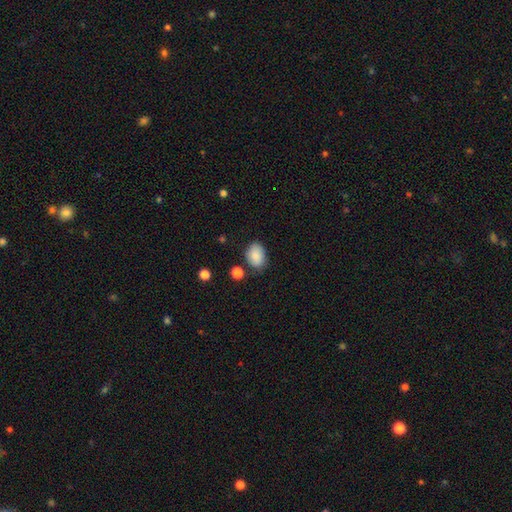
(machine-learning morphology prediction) smooth-or-featured: smooth: 86% | star or artifact: 8% | featured or disk: 6%
  how-rounded: in between: 78% | round: 21% | cigar-shaped: 1%
  merging: none: 72% | minor disturbance: 19% | merger: 4% | major disturbance: 4%